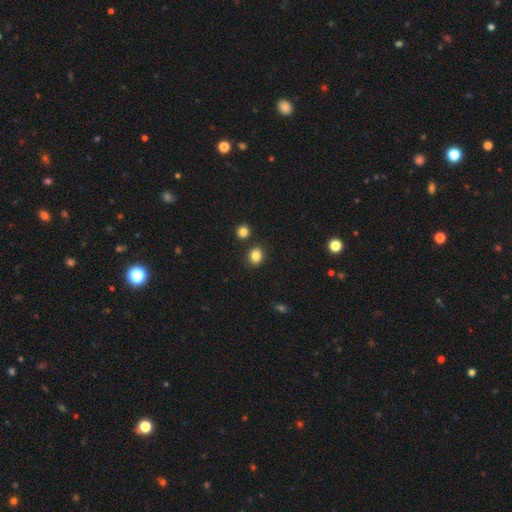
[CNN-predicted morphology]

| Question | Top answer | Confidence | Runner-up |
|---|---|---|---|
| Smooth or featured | smooth | 84% | star or artifact (11%) |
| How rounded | round | 64% | in between (35%) |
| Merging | none | 84% | minor disturbance (8%) |